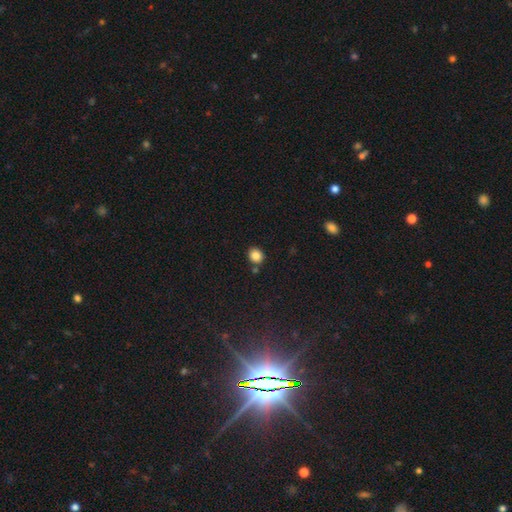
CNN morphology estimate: Smooth or featured: smooth — 85% (star or artifact — 10%)
How rounded: round — 74% (in between — 25%)
Merging: none — 79% (merger — 9%)